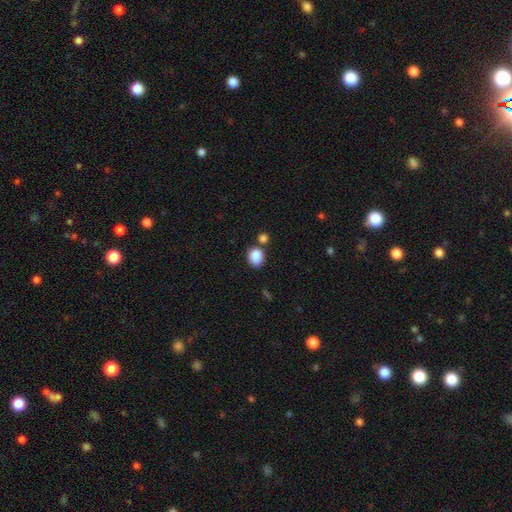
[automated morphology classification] Smooth or featured? Predicted: smooth (p=0.87). How rounded? Predicted: in between (p=0.52). Merging? Predicted: none (p=0.61).